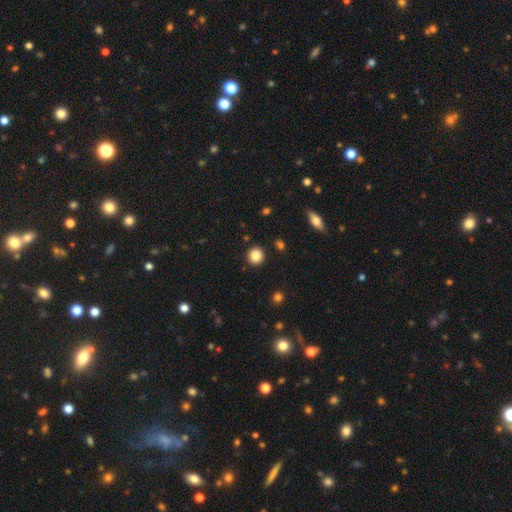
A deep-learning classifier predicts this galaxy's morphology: Smooth or featured? smooth (86%)
How rounded? round (93%)
Merging? none (91%)